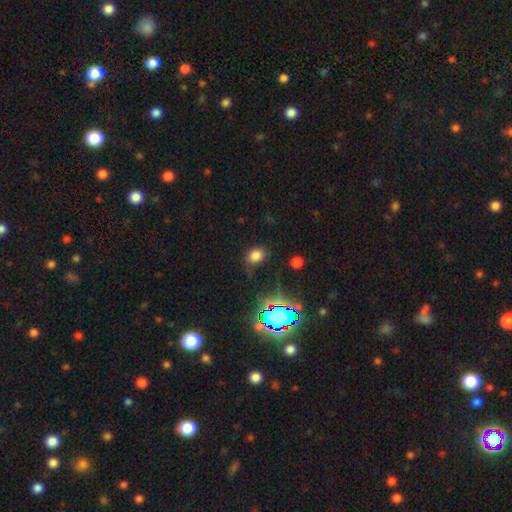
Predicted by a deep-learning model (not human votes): Smooth or featured: smooth — 72% (star or artifact — 21%)
How rounded: in between — 56% (round — 43%)
Merging: none — 72% (minor disturbance — 18%)